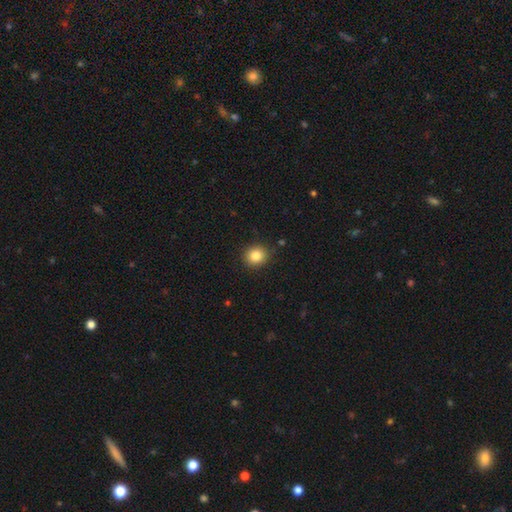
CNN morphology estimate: A smooth galaxy with no disk features (84%) that is round (86%).

Vote fractions:
- Smooth or featured? smooth: 84% / star or artifact: 10% / featured or disk: 6%
- How rounded? round: 86% / in between: 13% / cigar-shaped: 1%
- Merging? none: 90% / minor disturbance: 7% / major disturbance: 2% / merger: 1%